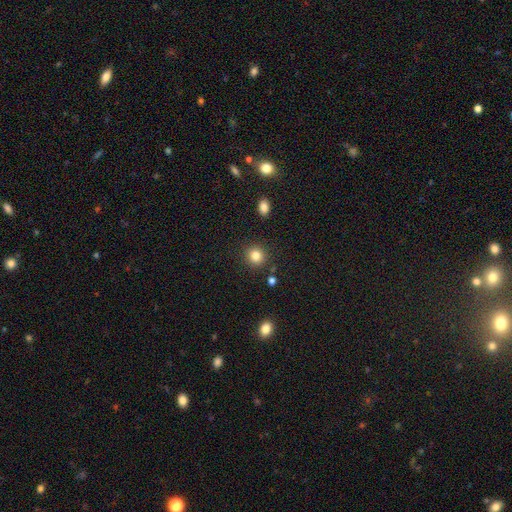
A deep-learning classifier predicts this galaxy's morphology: smooth-or-featured: smooth: 84% | star or artifact: 11% | featured or disk: 5%
  how-rounded: round: 89% | in between: 10% | cigar-shaped: 1%
  merging: none: 89% | minor disturbance: 6% | merger: 2% | major disturbance: 2%